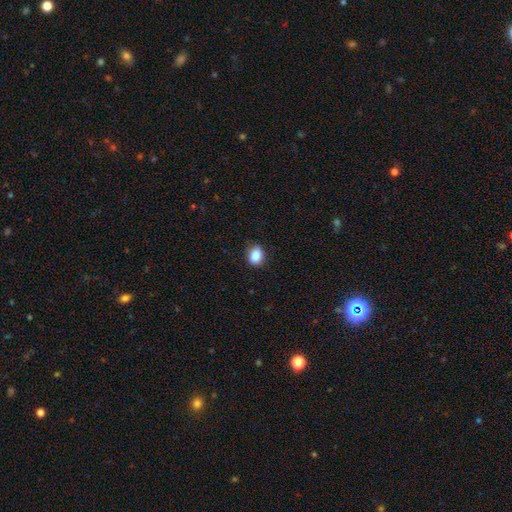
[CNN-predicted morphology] smooth 85%, star or artifact 9%, featured or disk 6%. Down the decision tree: how rounded — in between (53%); merging — none (86%).